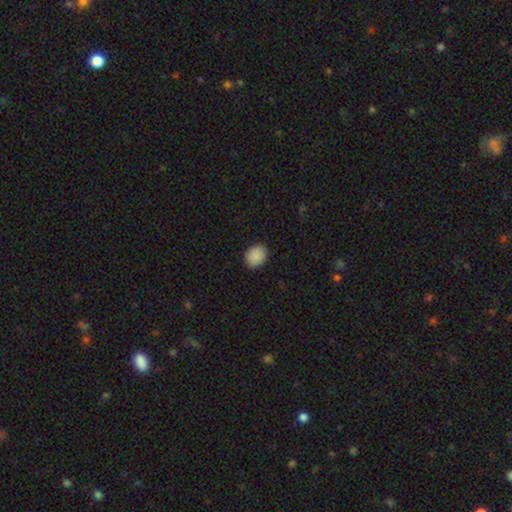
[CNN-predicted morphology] Smooth or featured? Predicted: smooth (p=0.89). How rounded? Predicted: in between (p=0.52). Merging? Predicted: none (p=0.88).